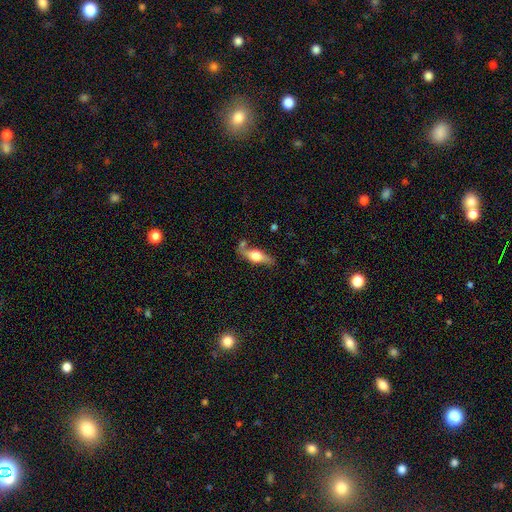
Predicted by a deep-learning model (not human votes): Morphology: type=featured or disk (54%); edge-on=yes (81%); merging=none (65%).